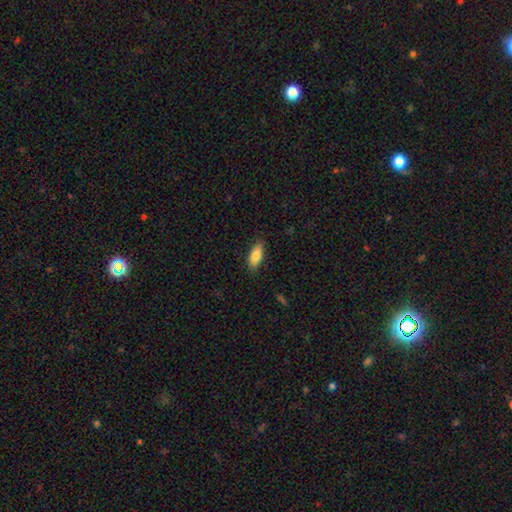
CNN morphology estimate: A smooth galaxy with no disk features (81%) that is in between round and cigar-shaped (82%). Merging: none (84%).